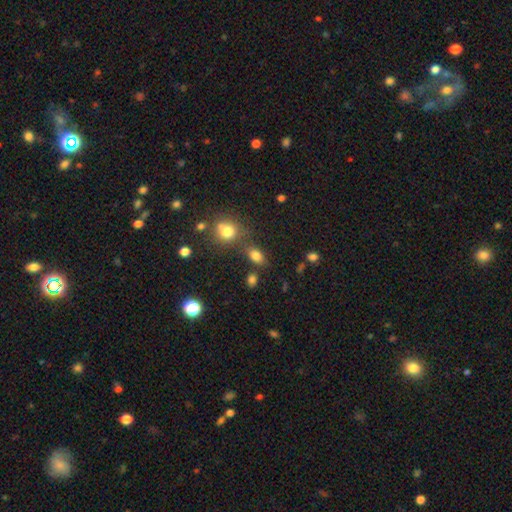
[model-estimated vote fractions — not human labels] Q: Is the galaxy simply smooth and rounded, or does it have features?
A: smooth — 79%.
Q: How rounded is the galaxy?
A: in between — 80%.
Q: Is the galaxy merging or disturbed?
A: none — 69%.